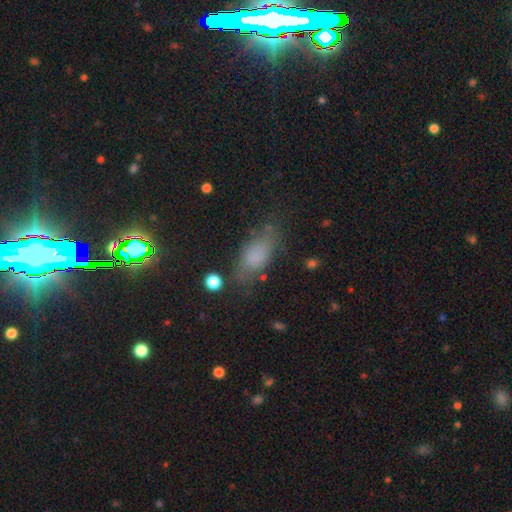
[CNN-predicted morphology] smooth 73%, star or artifact 14%, featured or disk 14%. Down the decision tree: how rounded — in between (78%); merging — none (64%).